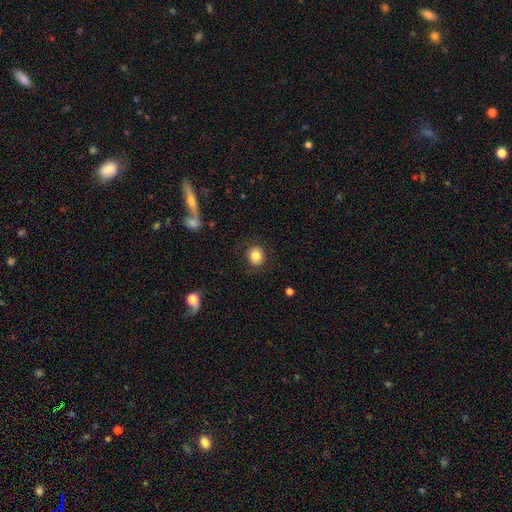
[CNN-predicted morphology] smooth-or-featured: smooth: 84% | star or artifact: 10% | featured or disk: 7%
  how-rounded: round: 83% | in between: 16% | cigar-shaped: 1%
  merging: none: 87% | minor disturbance: 9% | major disturbance: 3% | merger: 1%